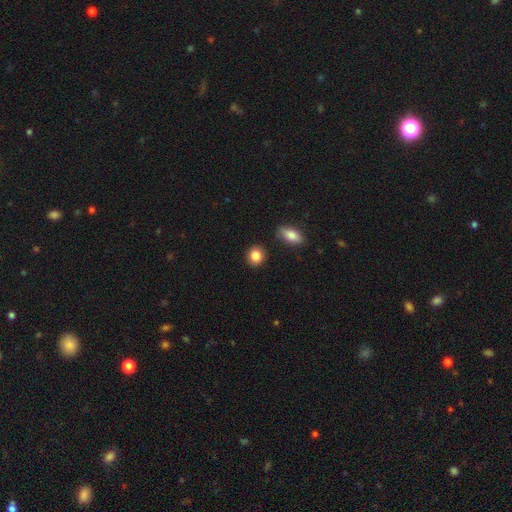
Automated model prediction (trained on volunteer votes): smooth_or_featured: smooth (p=0.86) [alt: star or artifact p=0.08]
how_rounded: round (p=0.76) [alt: in between p=0.23]
merging: none (p=0.88) [alt: minor disturbance p=0.07]